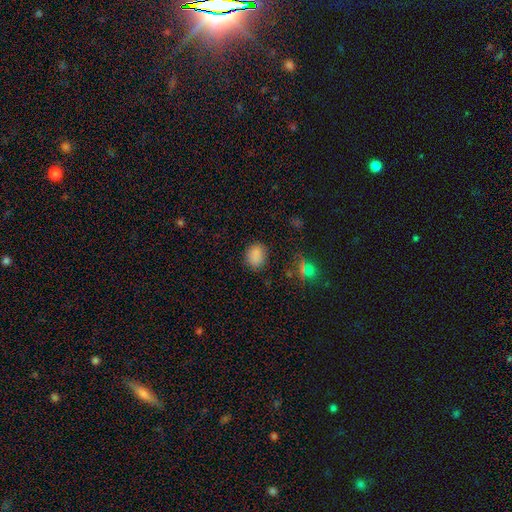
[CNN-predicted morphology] type=smooth (83%); roundness=in between (50%); merging=none (82%).